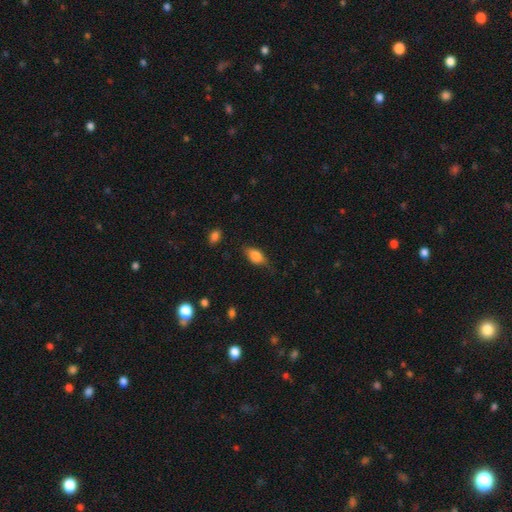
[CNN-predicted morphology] Smooth or featured? smooth (76%)
How rounded? in between (85%)
Merging? none (65%)